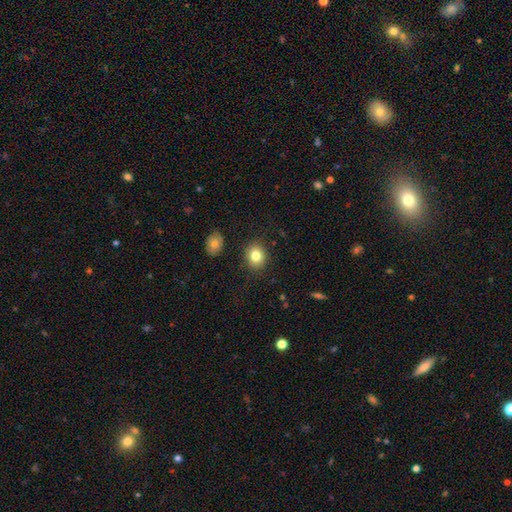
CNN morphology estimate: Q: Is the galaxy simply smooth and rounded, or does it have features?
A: smooth — 81%.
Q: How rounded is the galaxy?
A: round — 74%.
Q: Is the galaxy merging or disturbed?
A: none — 86%.